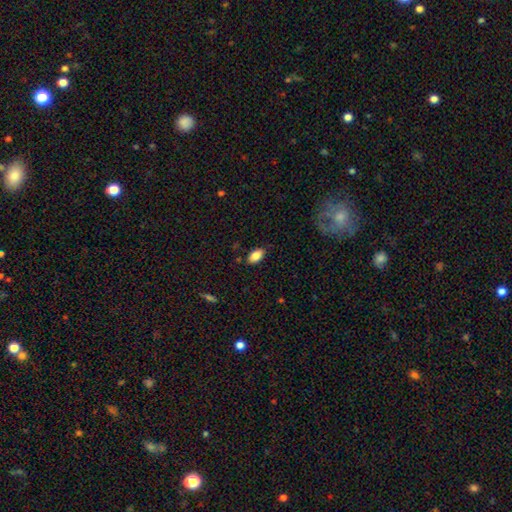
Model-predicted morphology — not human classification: Smooth or featured? Predicted: smooth (p=0.83). How rounded? Predicted: in between (p=0.92). Merging? Predicted: none (p=0.83).